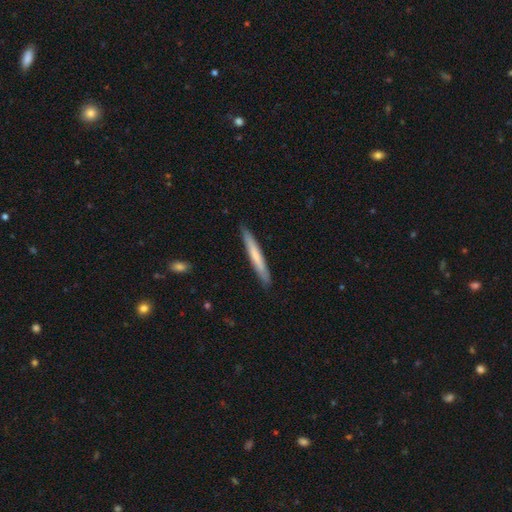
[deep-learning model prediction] Smooth or featured?
  - smooth: 63% *
  - featured or disk: 32%
  - star or artifact: 5%
How rounded?
  - cigar-shaped: 96% *
  - in between: 3%
  - round: 1%
Merging?
  - none: 89% *
  - minor disturbance: 8%
  - major disturbance: 1%
  - merger: 1%